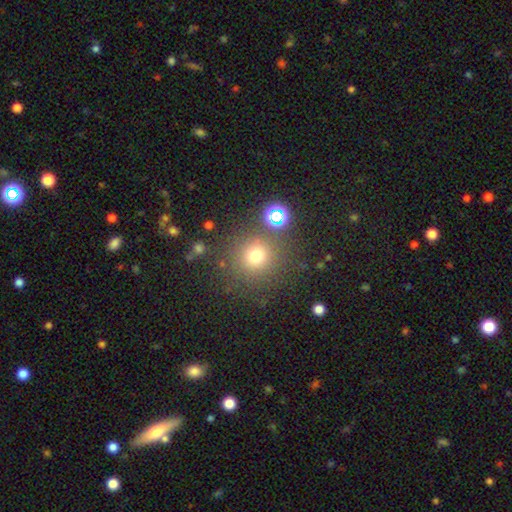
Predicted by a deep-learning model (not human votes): This appears to be a smooth galaxy with no disk features (72%) that is round (93%). Merging: none (80%).